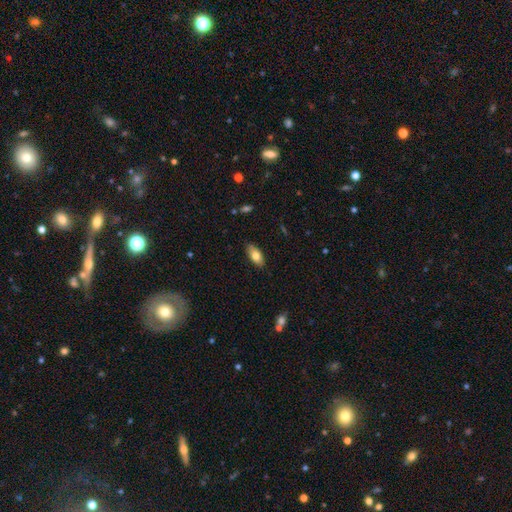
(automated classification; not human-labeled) Smooth or featured: smooth — 77% (featured or disk — 16%)
How rounded: in between — 88% (cigar-shaped — 9%)
Merging: none — 86% (minor disturbance — 11%)